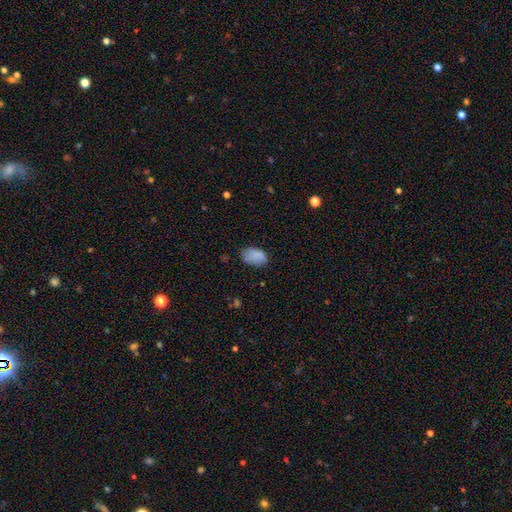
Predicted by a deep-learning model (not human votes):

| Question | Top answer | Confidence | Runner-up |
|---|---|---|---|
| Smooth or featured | smooth | 83% | star or artifact (9%) |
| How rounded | in between | 90% | round (9%) |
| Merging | none | 63% | minor disturbance (27%) |